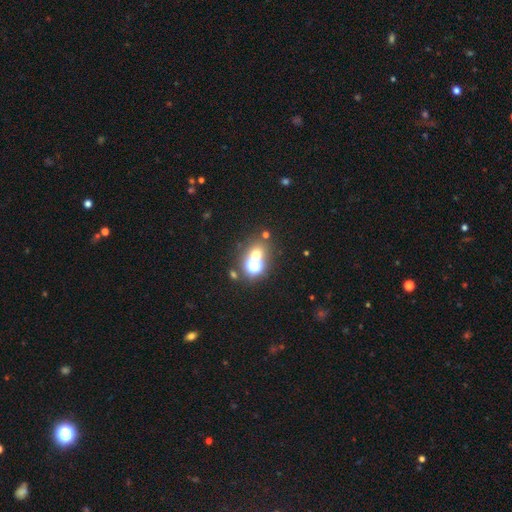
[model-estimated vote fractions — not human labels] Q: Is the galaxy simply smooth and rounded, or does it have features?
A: smooth — 46%.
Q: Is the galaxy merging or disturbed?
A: none — 62%.